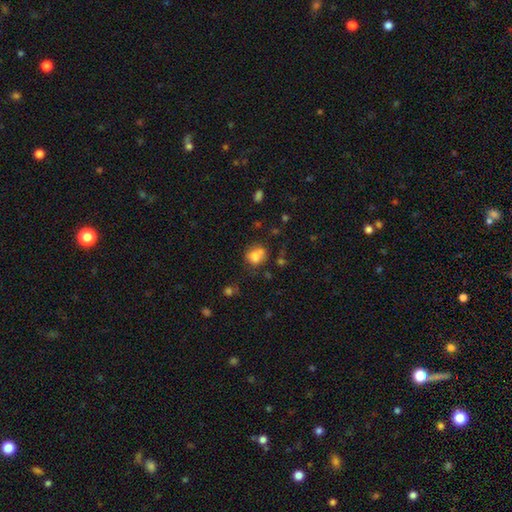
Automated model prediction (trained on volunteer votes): smooth 74%, featured or disk 14%, star or artifact 12%. Down the decision tree: how rounded — round (55%); merging — none (40%).